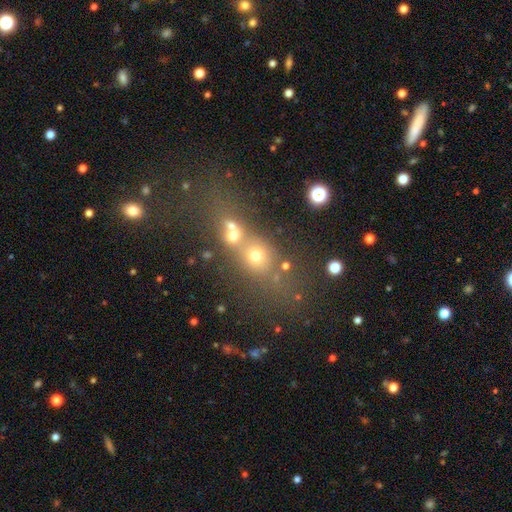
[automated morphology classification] Smooth or featured?
  - smooth: 46% *
  - star or artifact: 28%
  - featured or disk: 26%
Merging?
  - merger: 53% *
  - none: 34%
  - minor disturbance: 7%
  - major disturbance: 6%